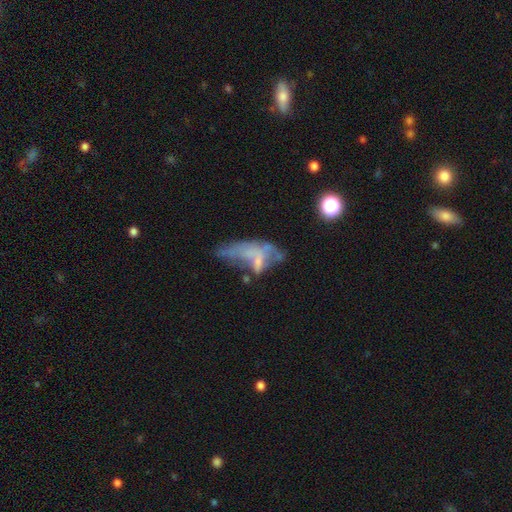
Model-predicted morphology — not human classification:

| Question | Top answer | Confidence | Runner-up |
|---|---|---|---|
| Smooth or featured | featured or disk | 51% | smooth (34%) |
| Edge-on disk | no | 91% | yes (9%) |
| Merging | major disturbance | 43% | none (21%) |